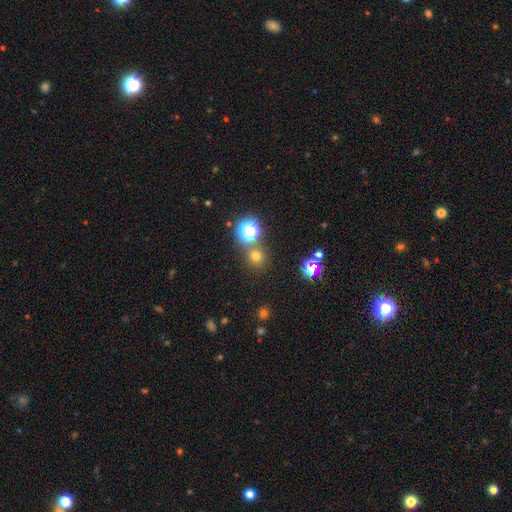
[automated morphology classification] A smooth galaxy with no disk features (64%) that is round (92%). Merging: none (79%).